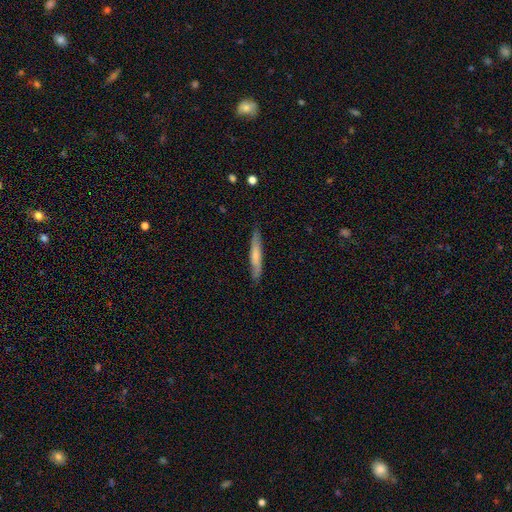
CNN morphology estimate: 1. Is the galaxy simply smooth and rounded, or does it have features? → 59% smooth, 35% featured or disk, 5% star or artifact.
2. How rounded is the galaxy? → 93% cigar-shaped, 6% in between, 1% round.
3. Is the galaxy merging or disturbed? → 84% none, 12% minor disturbance, 2% major disturbance, 1% merger.